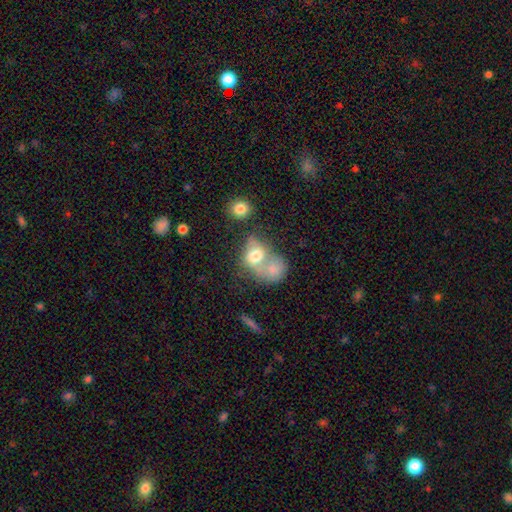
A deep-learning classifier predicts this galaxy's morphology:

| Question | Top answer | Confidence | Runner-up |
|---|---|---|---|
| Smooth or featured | smooth | 63% | featured or disk (26%) |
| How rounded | in between | 57% | round (41%) |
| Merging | merger | 67% | none (15%) |